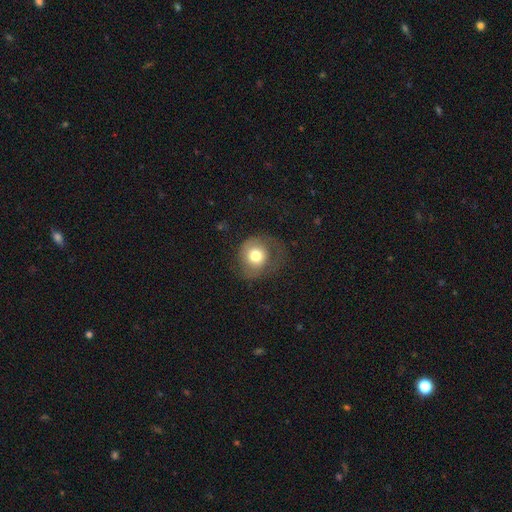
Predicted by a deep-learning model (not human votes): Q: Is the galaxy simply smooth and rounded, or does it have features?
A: smooth — 67%.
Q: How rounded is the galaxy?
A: round — 76%.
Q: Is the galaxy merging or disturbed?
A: none — 46%.